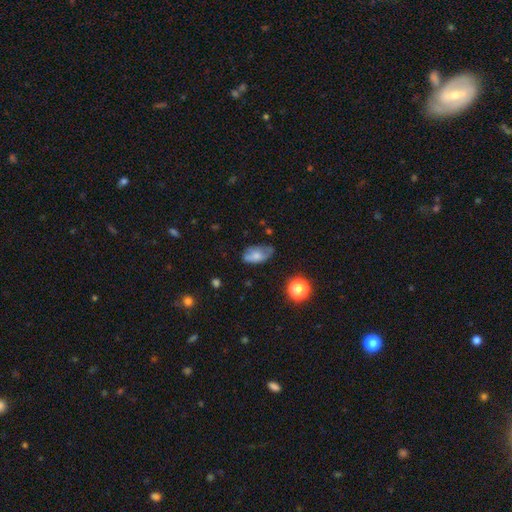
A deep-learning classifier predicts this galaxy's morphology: A smooth galaxy with no disk features (64%) that is in between round and cigar-shaped (89%).

Vote fractions:
- Smooth or featured? smooth: 64% / featured or disk: 26% / star or artifact: 10%
- How rounded? in between: 89% / round: 8% / cigar-shaped: 3%
- Merging? none: 47% / minor disturbance: 36% / major disturbance: 14% / merger: 3%